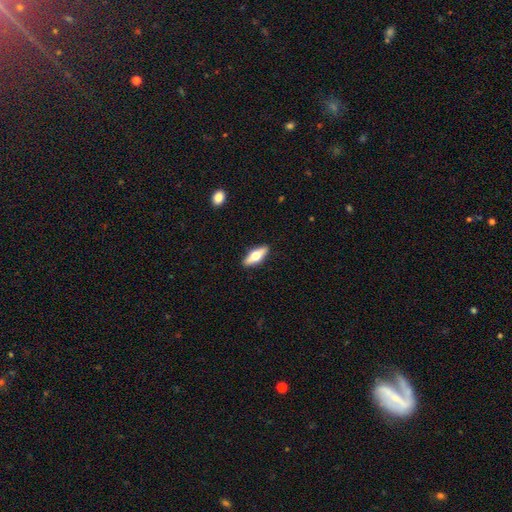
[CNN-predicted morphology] A smooth galaxy with no disk features (50%). Merging: none (89%).